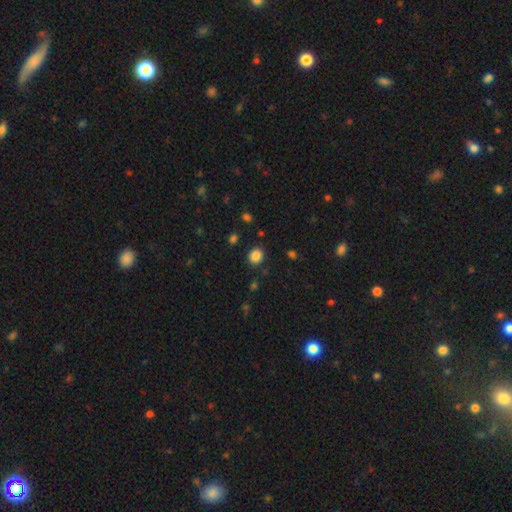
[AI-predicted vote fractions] smooth-or-featured: smooth: 85% | star or artifact: 11% | featured or disk: 4%
  how-rounded: round: 73% | in between: 26% | cigar-shaped: 1%
  merging: none: 87% | minor disturbance: 8% | major disturbance: 3% | merger: 2%